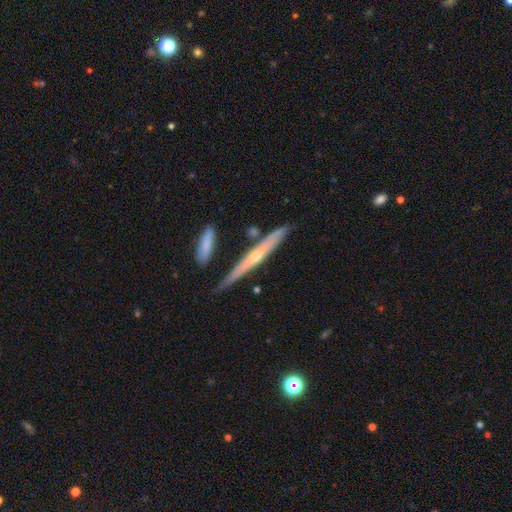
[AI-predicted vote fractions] A featured or disk galaxy (67%) viewed edge-on (93%) with a rounded central bulge (68%).

Vote fractions:
- Smooth or featured? featured or disk: 67% / smooth: 27% / star or artifact: 6%
- Edge-on disk? yes: 93% / no: 7%
- Edge-on bulge? rounded: 68% / none: 29% / boxy: 3%
- Merging? none: 79% / minor disturbance: 13% / merger: 5% / major disturbance: 2%